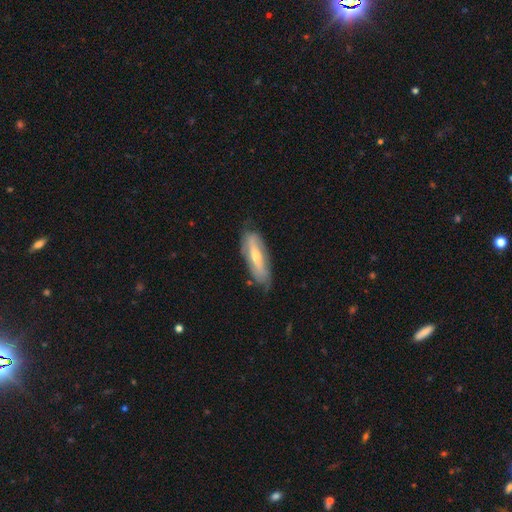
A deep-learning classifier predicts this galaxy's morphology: featured or disk 55%, smooth 39%, star or artifact 6%. Down the decision tree: edge-on disk — no (65%); merging — none (66%).